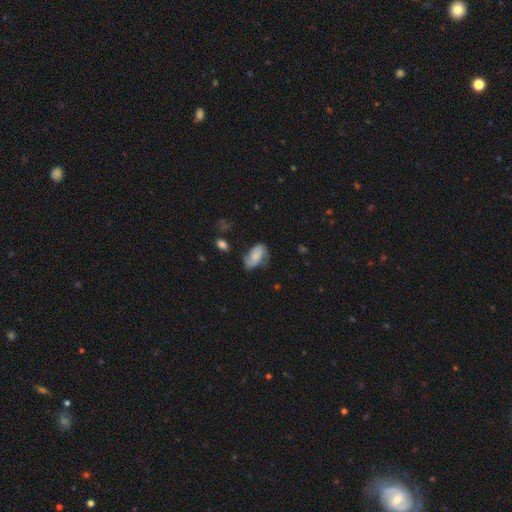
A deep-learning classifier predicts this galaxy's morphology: Smooth or featured: smooth — 54% (featured or disk — 38%)
How rounded: in between — 90% (round — 7%)
Merging: none — 49% (minor disturbance — 33%)